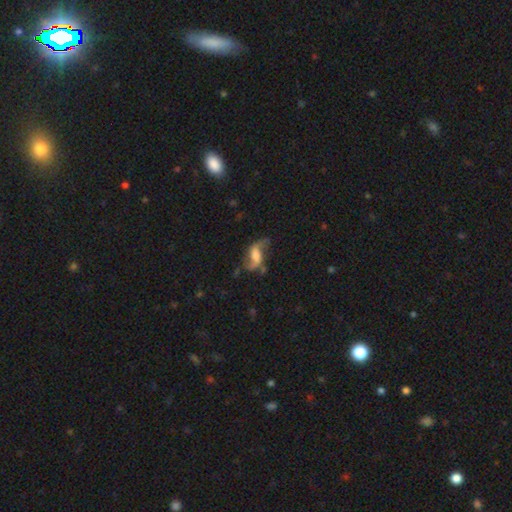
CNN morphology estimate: Overall: featured or disk (78%). Edge-on disk: no (96%). Bar: weak (45%; no 34%). Spiral arms: yes (93%). Spiral arm count: 2 (90%). Spiral winding: loose (75%). Bulge size: moderate (32%; large 26%). Merging: none (59%; minor disturbance 19%).